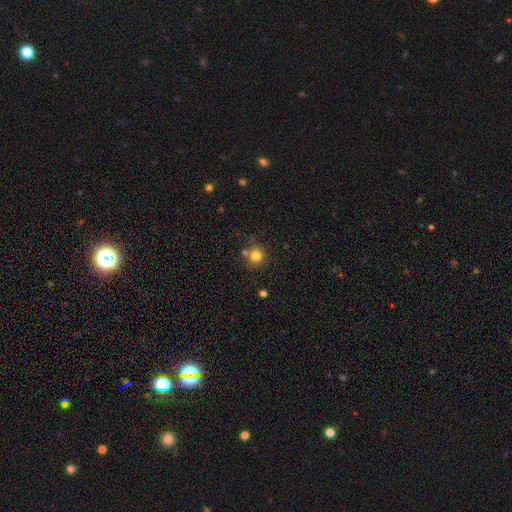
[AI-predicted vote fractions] smooth 80%, star or artifact 12%, featured or disk 8%. Down the decision tree: how rounded — round (89%); merging — none (68%).